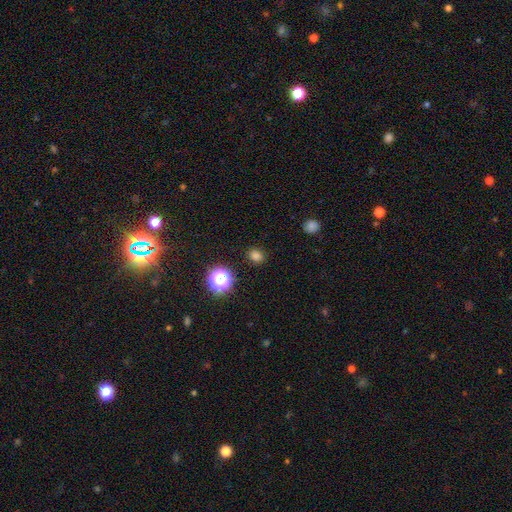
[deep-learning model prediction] Smooth or featured? Predicted: smooth (p=0.77). How rounded? Predicted: round (p=0.62). Merging? Predicted: none (p=0.87).